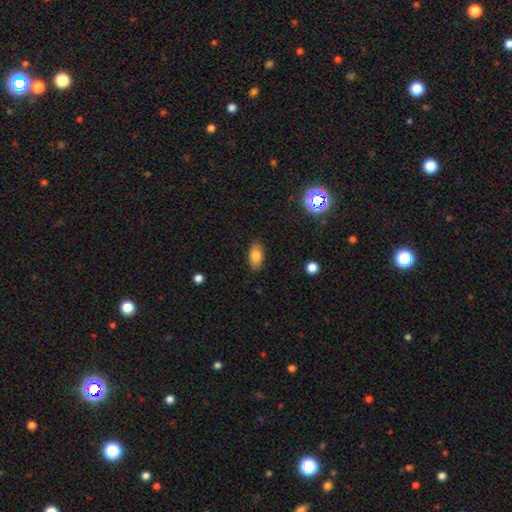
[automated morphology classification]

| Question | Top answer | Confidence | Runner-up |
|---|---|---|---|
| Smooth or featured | smooth | 79% | featured or disk (12%) |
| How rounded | in between | 88% | cigar-shaped (8%) |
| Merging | none | 87% | minor disturbance (10%) |